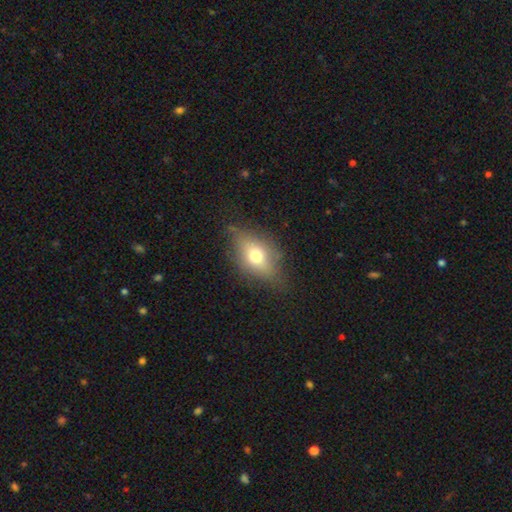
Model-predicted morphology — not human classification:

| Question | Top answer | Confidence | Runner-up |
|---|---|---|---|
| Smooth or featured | smooth | 59% | featured or disk (31%) |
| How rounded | in between | 76% | round (16%) |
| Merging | none | 72% | minor disturbance (20%) |